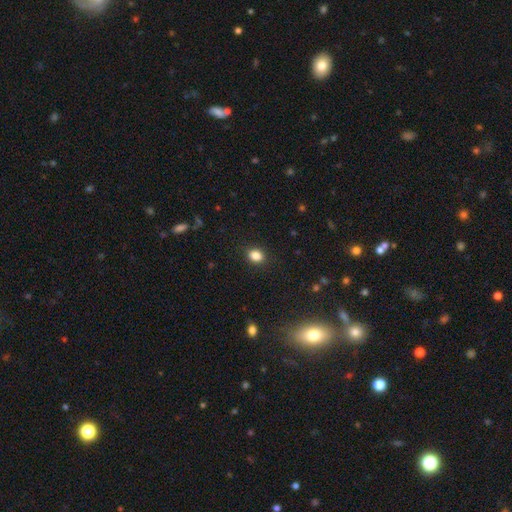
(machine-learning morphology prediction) Smooth or featured: smooth — 85% (star or artifact — 11%)
How rounded: in between — 50% (round — 49%)
Merging: none — 89% (minor disturbance — 8%)